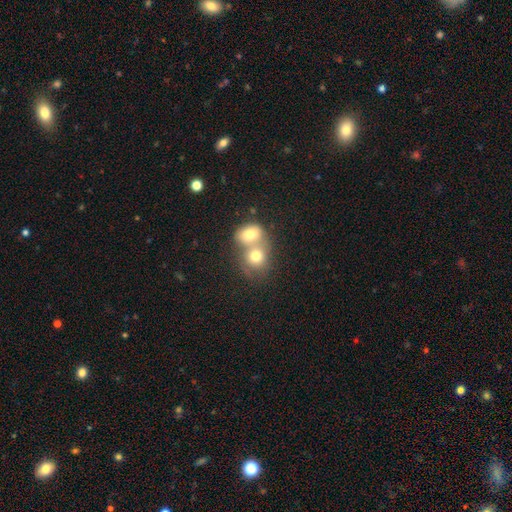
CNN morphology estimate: A smooth galaxy with no disk features (72%) that is round (66%).

Vote fractions:
- Smooth or featured? smooth: 72% / featured or disk: 18% / star or artifact: 11%
- How rounded? round: 66% / in between: 33% / cigar-shaped: 1%
- Merging? merger: 66% / none: 25% / minor disturbance: 6% / major disturbance: 3%